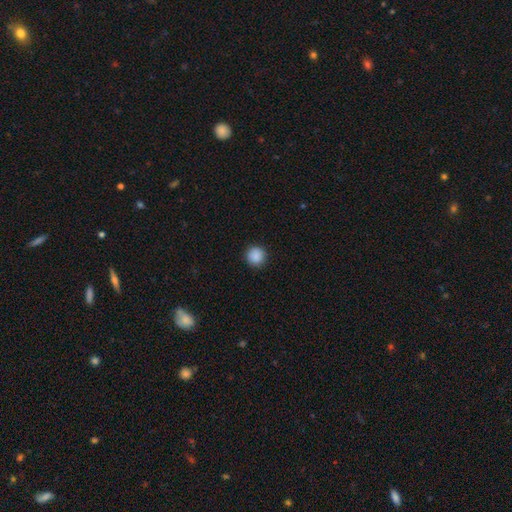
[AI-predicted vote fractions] smooth-or-featured: smooth: 89% | star or artifact: 9% | featured or disk: 3%
  how-rounded: round: 94% | in between: 5% | cigar-shaped: 1%
  merging: none: 91% | minor disturbance: 6% | major disturbance: 2% | merger: 1%